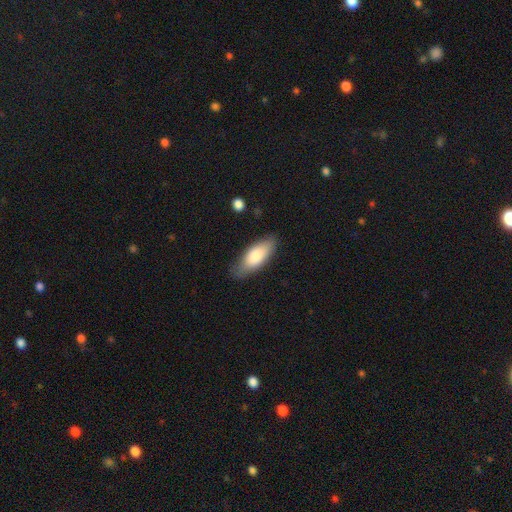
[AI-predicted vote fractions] Overall: smooth (78%). How rounded: in between (78%). Merging: none (78%).